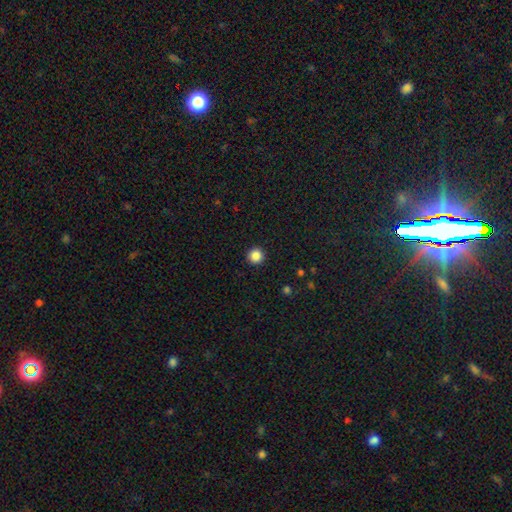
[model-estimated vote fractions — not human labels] A smooth galaxy with no disk features (86%) that is round (96%).

Vote fractions:
- Smooth or featured? smooth: 86% / star or artifact: 10% / featured or disk: 3%
- How rounded? round: 96% / in between: 3% / cigar-shaped: 1%
- Merging? none: 93% / minor disturbance: 4% / major disturbance: 2% / merger: 1%